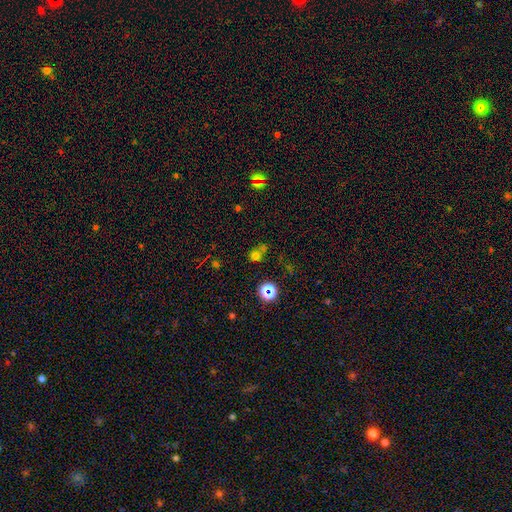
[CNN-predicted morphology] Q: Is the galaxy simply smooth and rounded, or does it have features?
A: smooth — 60%.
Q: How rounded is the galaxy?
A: round — 78%.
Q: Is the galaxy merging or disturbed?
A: none — 51%.